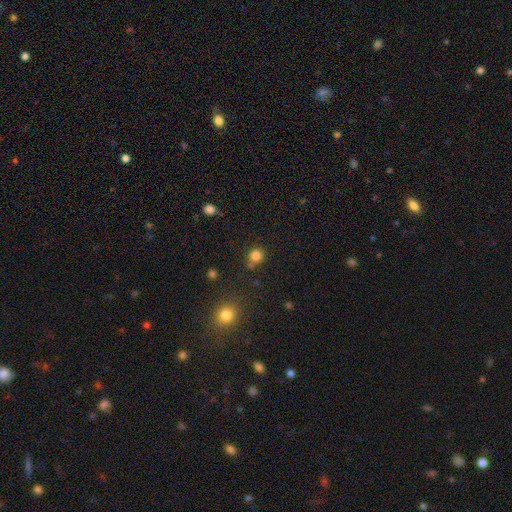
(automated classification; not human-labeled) Smooth or featured: smooth — 82% (star or artifact — 13%)
How rounded: round — 88% (in between — 11%)
Merging: none — 75% (minor disturbance — 12%)